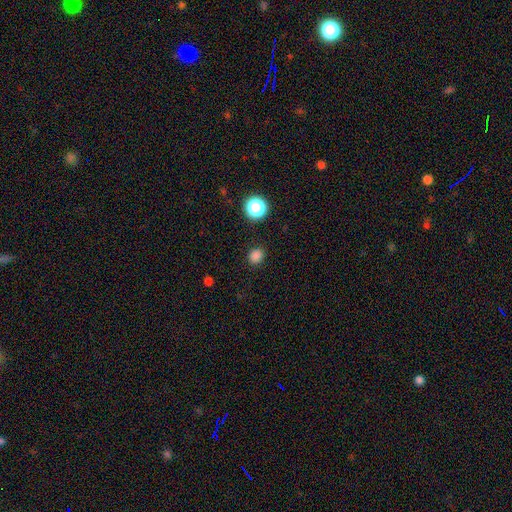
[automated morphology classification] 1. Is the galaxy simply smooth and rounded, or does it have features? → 82% smooth, 15% star or artifact, 3% featured or disk.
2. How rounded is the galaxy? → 77% round, 23% in between, 1% cigar-shaped.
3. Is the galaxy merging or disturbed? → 88% none, 8% minor disturbance, 3% major disturbance, 1% merger.